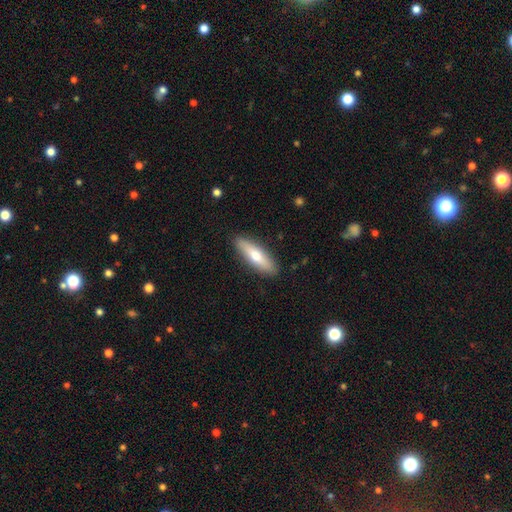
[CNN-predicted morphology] A smooth galaxy with no disk features (62%) that is cigar-shaped (64%). Merging: none (89%).